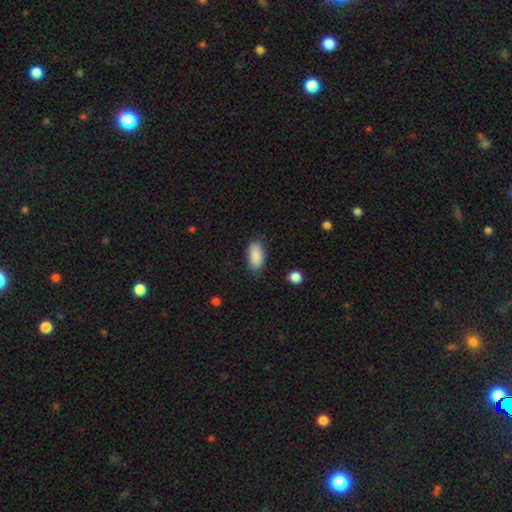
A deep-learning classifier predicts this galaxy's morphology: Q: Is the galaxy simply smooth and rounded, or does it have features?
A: smooth — 89%.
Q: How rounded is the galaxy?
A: in between — 94%.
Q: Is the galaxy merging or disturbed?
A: none — 82%.